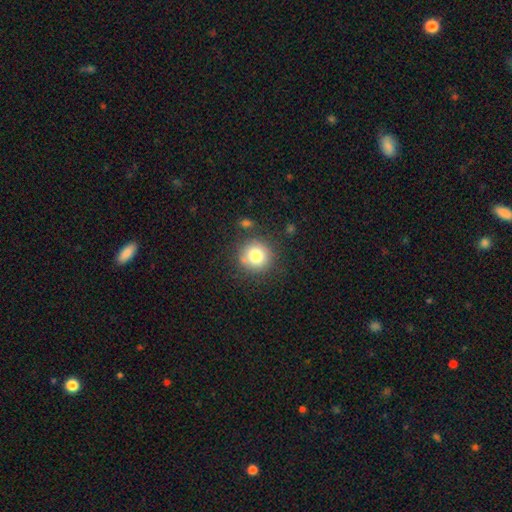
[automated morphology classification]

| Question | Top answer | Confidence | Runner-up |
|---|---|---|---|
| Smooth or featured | smooth | 78% | featured or disk (11%) |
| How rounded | round | 93% | in between (6%) |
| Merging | none | 80% | minor disturbance (12%) |